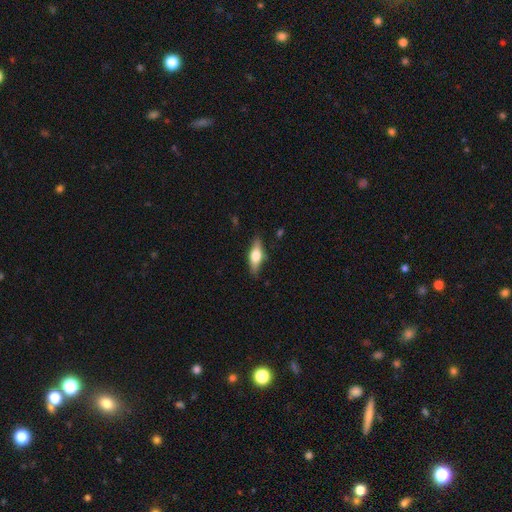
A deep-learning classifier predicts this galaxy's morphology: A smooth galaxy with no disk features (54%) that is in between round and cigar-shaped (62%). Merging: none (83%).